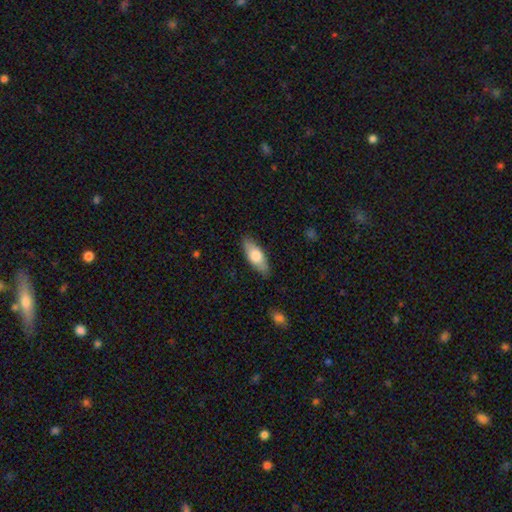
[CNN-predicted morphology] smooth 69%, featured or disk 25%, star or artifact 6%. Down the decision tree: how rounded — in between (74%); merging — none (85%).